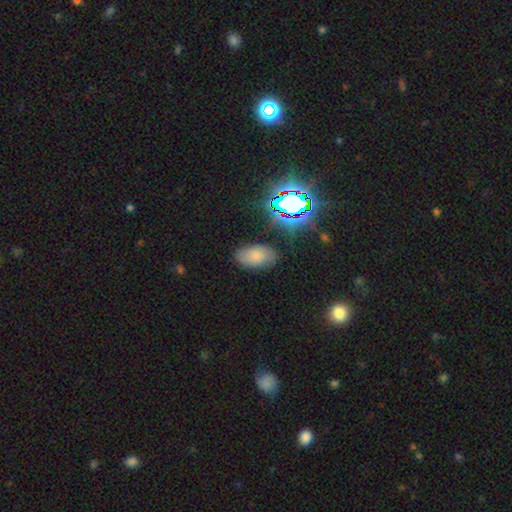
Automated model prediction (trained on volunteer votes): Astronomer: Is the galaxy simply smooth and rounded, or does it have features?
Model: smooth — 68%.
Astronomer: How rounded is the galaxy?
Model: in between — 93%.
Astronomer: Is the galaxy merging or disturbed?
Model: none — 81%.